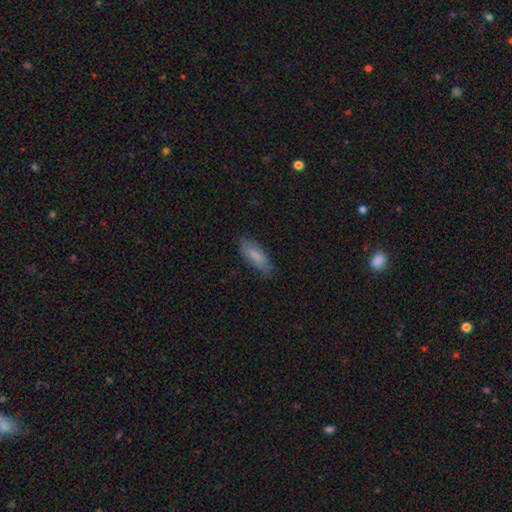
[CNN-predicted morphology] smooth 80%, featured or disk 14%, star or artifact 6%. Down the decision tree: how rounded — in between (61%); merging — none (81%).